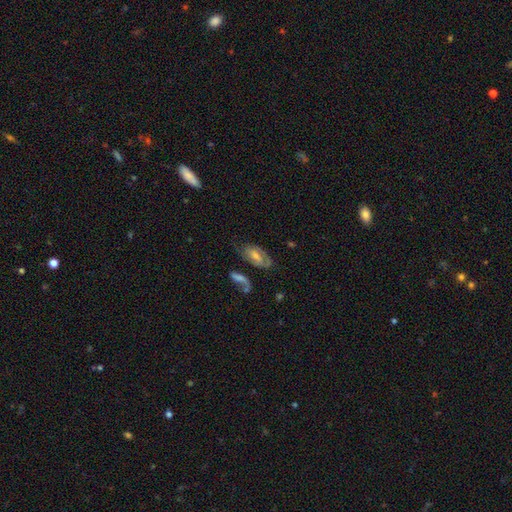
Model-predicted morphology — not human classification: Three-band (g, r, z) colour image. It shows a featured or disk galaxy (62%) with no bar (48%), spiral arms (73%) and a moderate central bulge (48%). Merging: none (54%).